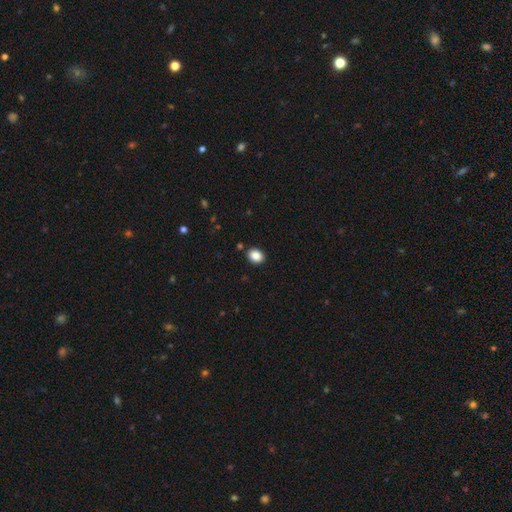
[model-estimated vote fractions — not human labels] Morphology: type=smooth (86%); roundness=in between (55%); merging=none (89%).